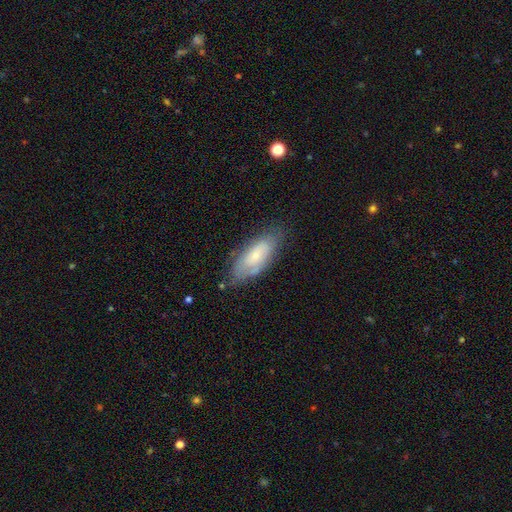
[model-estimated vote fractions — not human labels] Morphology: type=smooth (53%); roundness=in between (81%); merging=none (69%).